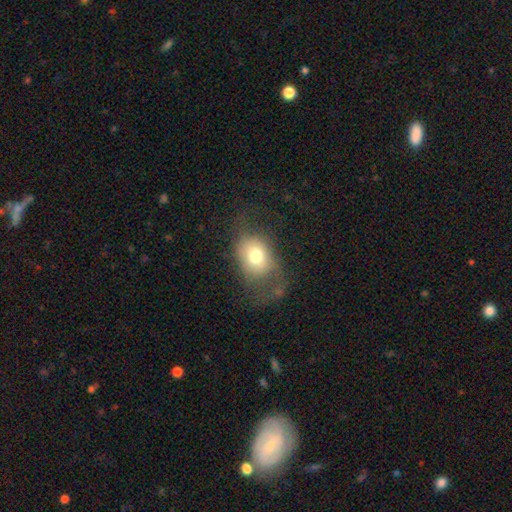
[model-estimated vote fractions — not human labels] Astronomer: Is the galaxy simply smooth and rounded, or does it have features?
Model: smooth — 69%.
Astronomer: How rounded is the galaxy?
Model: in between — 64%.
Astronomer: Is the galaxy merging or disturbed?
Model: none — 38% (runner-up: major disturbance, 36%).